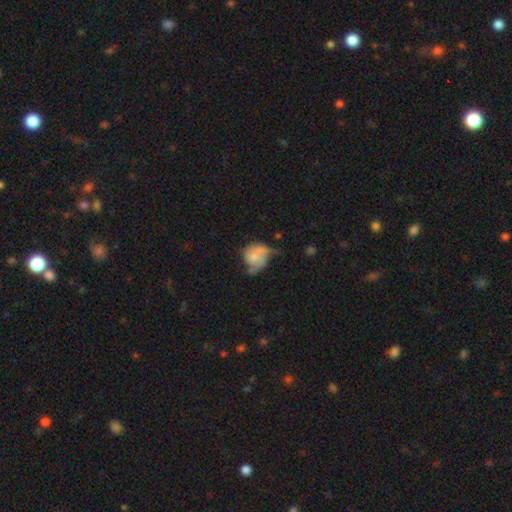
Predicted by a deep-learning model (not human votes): Smooth or featured? Predicted: featured or disk (p=0.46, tied with smooth). Merging? Predicted: minor disturbance (p=0.32, tied with major disturbance).